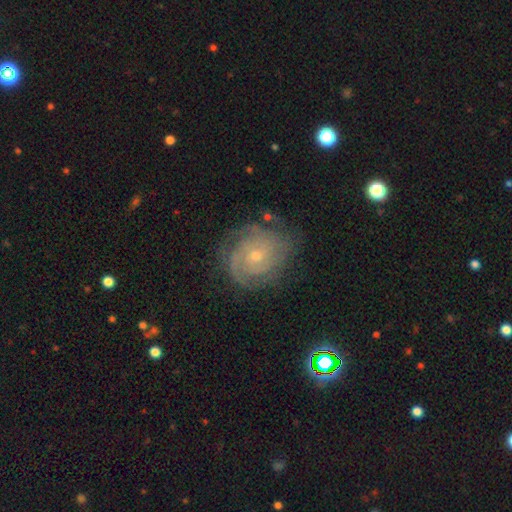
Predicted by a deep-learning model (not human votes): Smooth or featured? featured or disk (84%)
Edge-on disk? no (97%)
Bar? no (72%)
Spiral arms? yes (95%)
Spiral winding? tight (71%)
Spiral arm count? can't tell (30%)
Bulge size? small (63%)
Merging? none (73%)